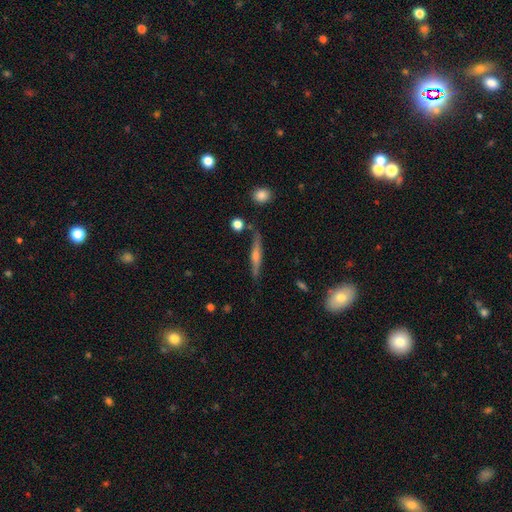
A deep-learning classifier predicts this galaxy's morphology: A featured or disk galaxy (65%) viewed edge-on (87%) with a rounded central bulge (81%).

Vote fractions:
- Smooth or featured? featured or disk: 65% / smooth: 20% / star or artifact: 15%
- Edge-on disk? yes: 87% / no: 13%
- Edge-on bulge? rounded: 81% / none: 10% / boxy: 9%
- Merging? none: 77% / minor disturbance: 14% / major disturbance: 5% / merger: 4%